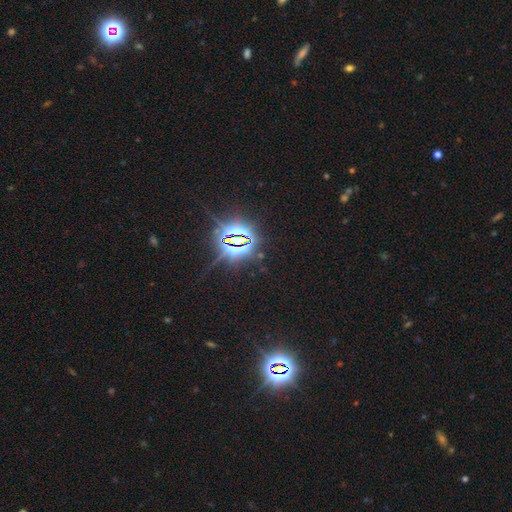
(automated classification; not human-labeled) A star or artifact, not a galaxy (85%).

Vote fractions:
- Smooth or featured? star or artifact: 85% / smooth: 9% / featured or disk: 6%